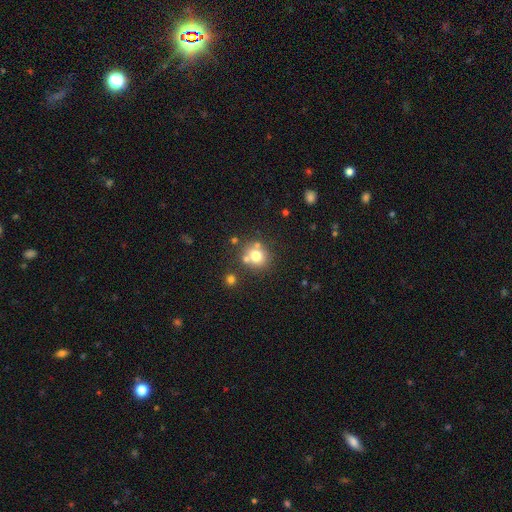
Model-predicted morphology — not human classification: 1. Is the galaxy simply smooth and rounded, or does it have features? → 71% smooth, 15% featured or disk, 14% star or artifact.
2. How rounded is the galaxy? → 83% round, 16% in between, 1% cigar-shaped.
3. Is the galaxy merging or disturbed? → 63% none, 22% merger, 11% minor disturbance, 4% major disturbance.